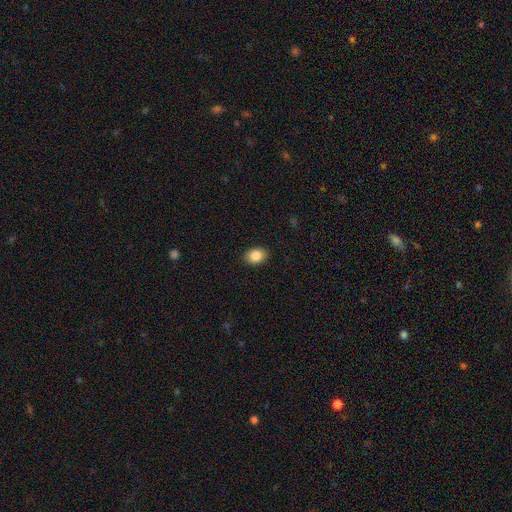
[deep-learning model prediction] This is clearly a smooth galaxy (85%). How rounded: likely in between (61%). Merging: clearly none (89%).